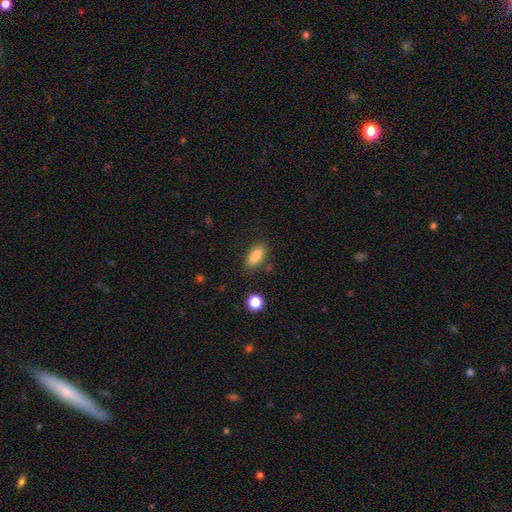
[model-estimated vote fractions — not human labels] Smooth or featured?
  - smooth: 86% *
  - star or artifact: 8%
  - featured or disk: 6%
How rounded?
  - in between: 84% *
  - cigar-shaped: 13%
  - round: 3%
Merging?
  - none: 83% *
  - minor disturbance: 11%
  - major disturbance: 3%
  - merger: 3%